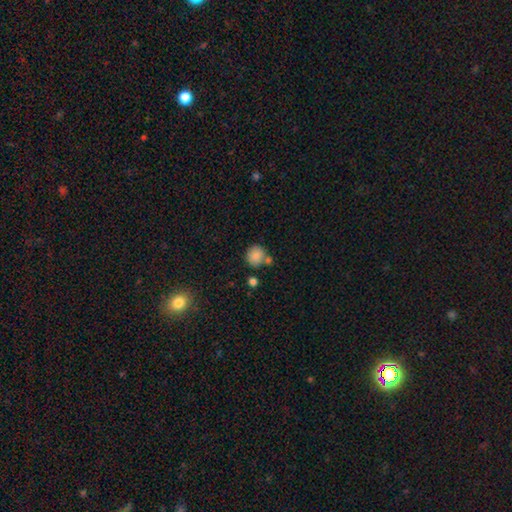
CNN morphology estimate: smooth_or_featured: smooth (p=0.84) [alt: star or artifact p=0.09]
how_rounded: round (p=0.86) [alt: in between p=0.14]
merging: none (p=0.59) [alt: merger p=0.22]